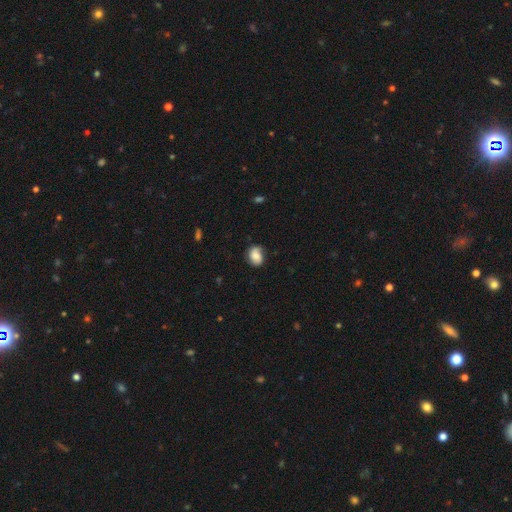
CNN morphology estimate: A smooth galaxy with no disk features (70%) that is in between round and cigar-shaped (61%). Merging: none (71%).